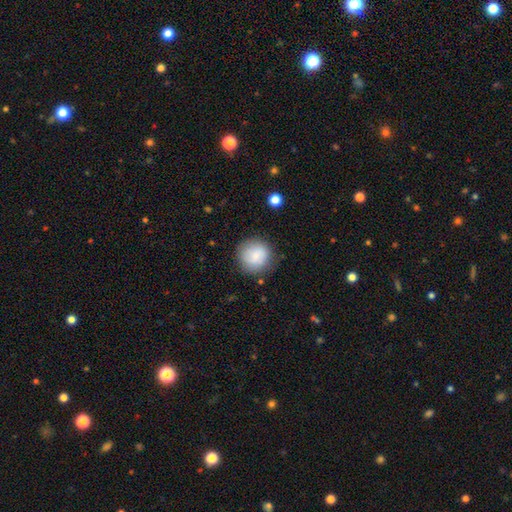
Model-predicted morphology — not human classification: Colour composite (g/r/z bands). It shows a smooth galaxy with no disk features (83%) that is round (93%). Merging: none (83%).